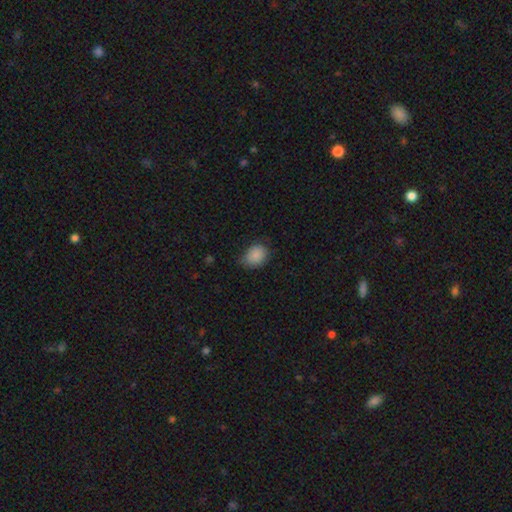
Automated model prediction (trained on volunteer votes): Smooth or featured?
  - smooth: 86% *
  - star or artifact: 9%
  - featured or disk: 5%
How rounded?
  - in between: 61% *
  - round: 38%
  - cigar-shaped: 1%
Merging?
  - none: 63% *
  - minor disturbance: 30%
  - major disturbance: 5%
  - merger: 1%